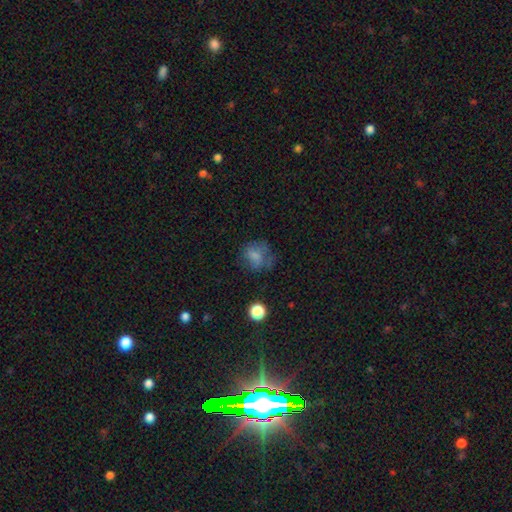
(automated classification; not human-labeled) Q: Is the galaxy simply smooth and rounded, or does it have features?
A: smooth — 64%.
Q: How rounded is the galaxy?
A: round — 63%.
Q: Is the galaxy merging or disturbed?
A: none — 49%.